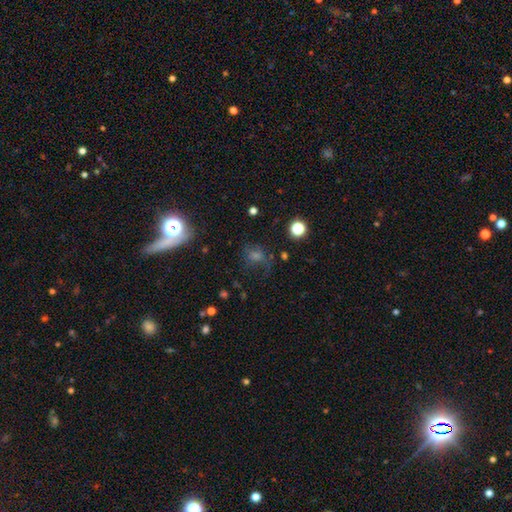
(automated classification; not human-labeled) This is marginally a star or artifact rather than a galaxy (41%).